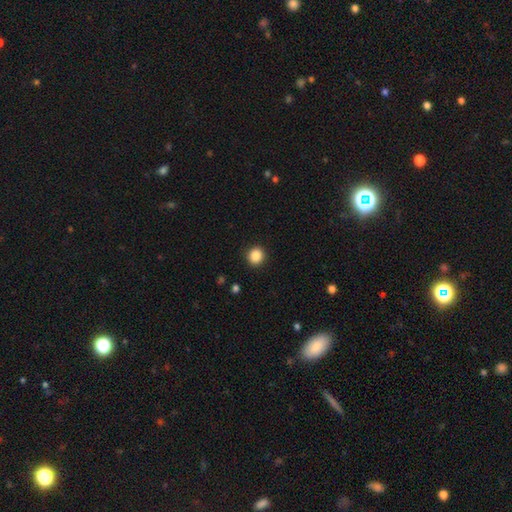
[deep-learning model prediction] smooth_or_featured: smooth (p=0.87) [alt: star or artifact p=0.10]
how_rounded: round (p=0.89) [alt: in between p=0.10]
merging: none (p=0.91) [alt: minor disturbance p=0.06]